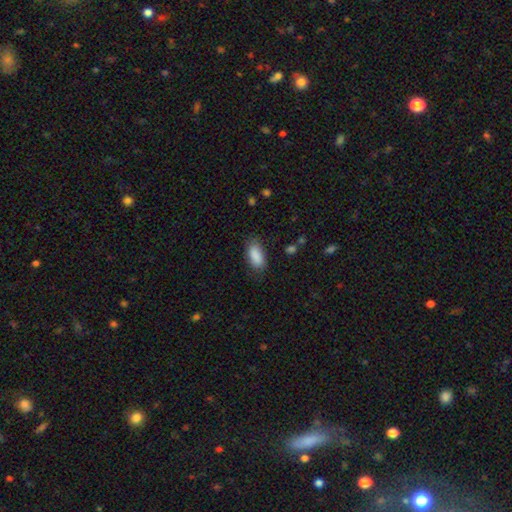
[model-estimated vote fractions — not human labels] smooth-or-featured: smooth: 89% | star or artifact: 7% | featured or disk: 5%
  how-rounded: in between: 89% | cigar-shaped: 8% | round: 3%
  merging: none: 78% | minor disturbance: 16% | major disturbance: 4% | merger: 1%